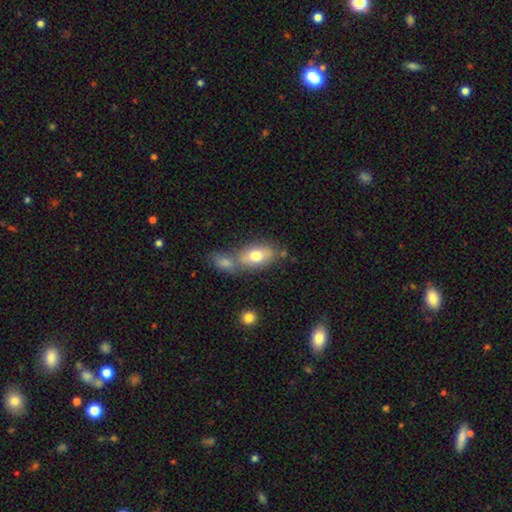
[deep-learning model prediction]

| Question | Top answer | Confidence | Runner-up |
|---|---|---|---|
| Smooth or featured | smooth | 73% | featured or disk (20%) |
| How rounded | in between | 87% | round (9%) |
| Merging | none | 45% | merger (38%) |